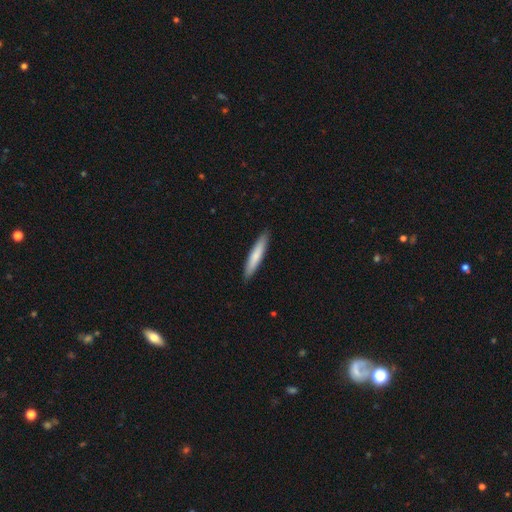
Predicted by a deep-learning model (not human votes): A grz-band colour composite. It shows a smooth galaxy with no disk features (75%) that is cigar-shaped (91%). Merging: none (90%).